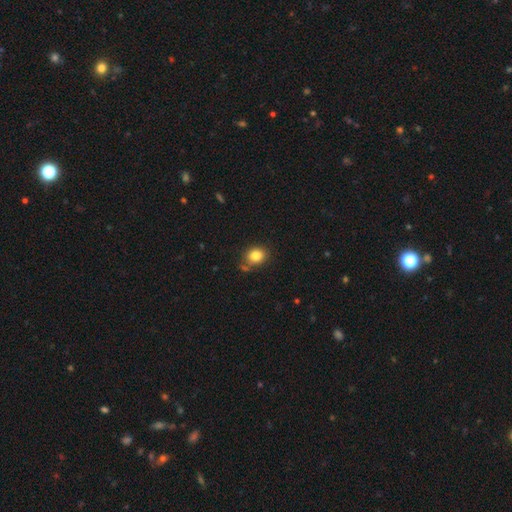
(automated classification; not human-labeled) Overall: smooth (83%). How rounded: round (57%; in between 42%). Merging: none (76%).